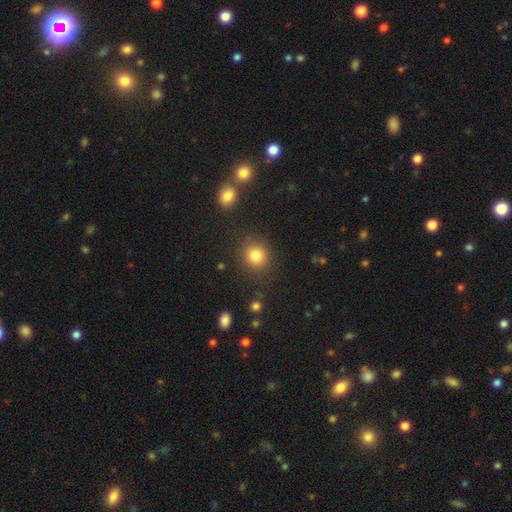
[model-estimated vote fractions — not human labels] Smooth or featured?
  - smooth: 82% *
  - star or artifact: 12%
  - featured or disk: 6%
How rounded?
  - round: 87% *
  - in between: 12%
  - cigar-shaped: 1%
Merging?
  - none: 86% *
  - minor disturbance: 8%
  - major disturbance: 3%
  - merger: 3%